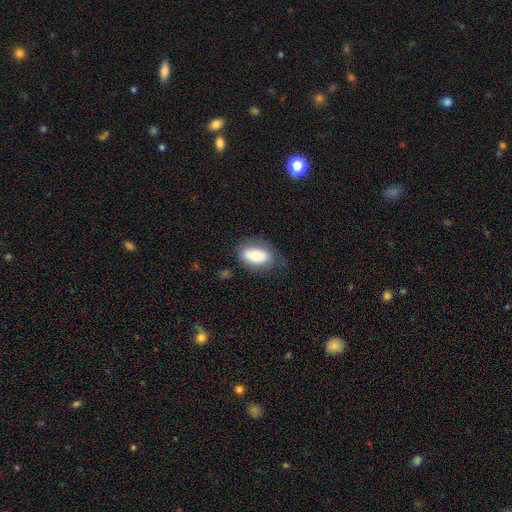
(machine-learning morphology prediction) Smooth or featured?
  - smooth: 73% *
  - featured or disk: 20%
  - star or artifact: 7%
How rounded?
  - in between: 91% *
  - round: 6%
  - cigar-shaped: 3%
Merging?
  - none: 69% *
  - minor disturbance: 21%
  - major disturbance: 8%
  - merger: 2%